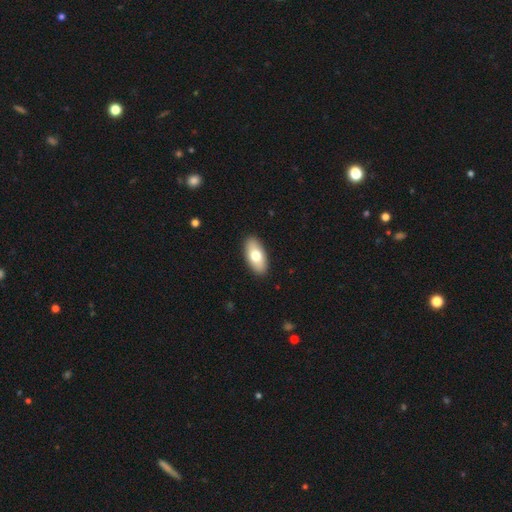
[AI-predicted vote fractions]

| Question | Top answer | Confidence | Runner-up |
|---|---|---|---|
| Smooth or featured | smooth | 73% | featured or disk (21%) |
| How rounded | in between | 91% | cigar-shaped (6%) |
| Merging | none | 90% | minor disturbance (7%) |